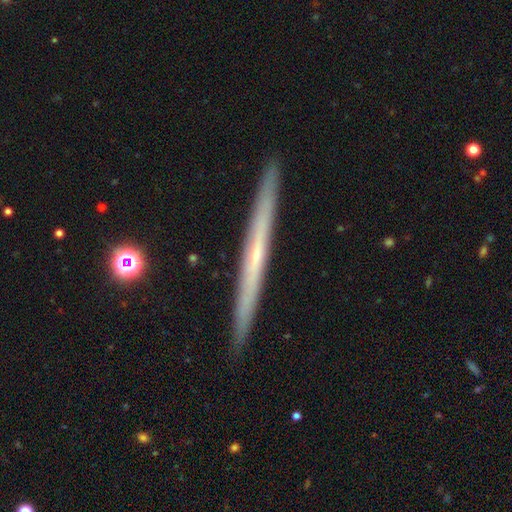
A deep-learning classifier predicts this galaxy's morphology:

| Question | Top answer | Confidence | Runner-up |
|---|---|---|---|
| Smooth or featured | featured or disk | 66% | smooth (28%) |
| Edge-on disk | yes | 97% | no (3%) |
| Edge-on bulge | none | 74% | rounded (23%) |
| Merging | none | 92% | minor disturbance (5%) |